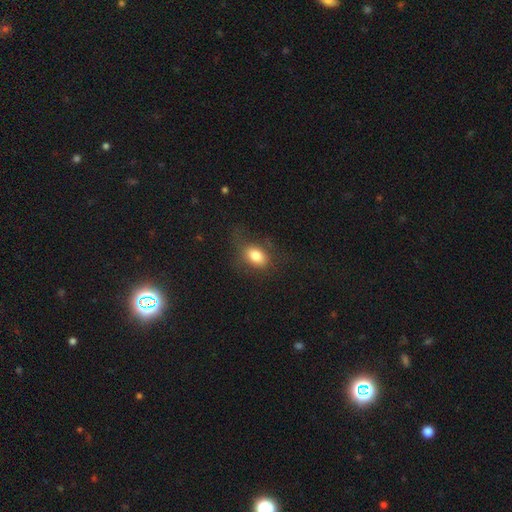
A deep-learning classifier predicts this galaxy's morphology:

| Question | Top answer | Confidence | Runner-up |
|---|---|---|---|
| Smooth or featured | smooth | 80% | featured or disk (11%) |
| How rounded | in between | 81% | round (16%) |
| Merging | none | 63% | minor disturbance (21%) |